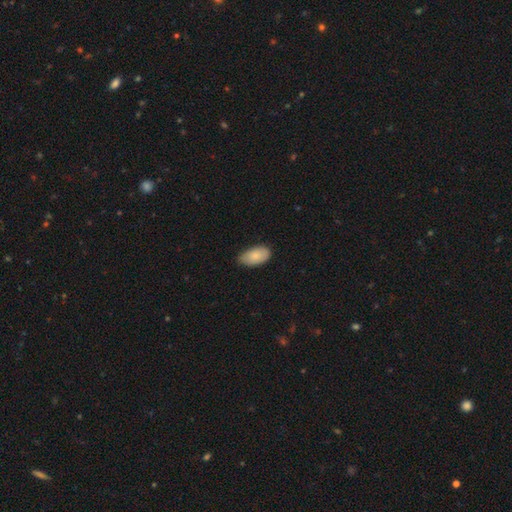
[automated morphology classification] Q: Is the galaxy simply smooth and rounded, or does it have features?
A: smooth — 83%.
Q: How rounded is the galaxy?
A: in between — 95%.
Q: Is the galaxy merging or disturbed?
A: none — 68%.